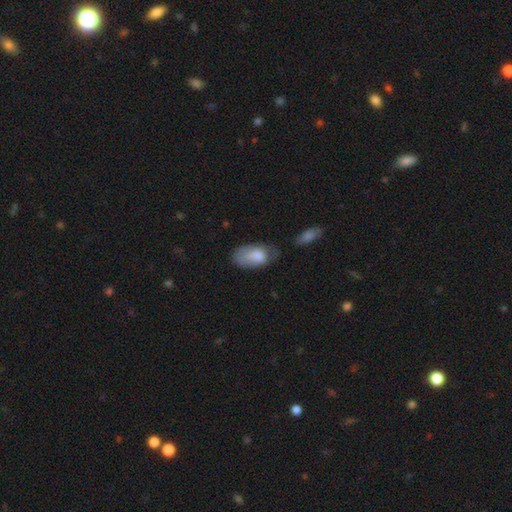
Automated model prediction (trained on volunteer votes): Smooth or featured? Predicted: smooth (p=0.76). How rounded? Predicted: in between (p=0.93). Merging? Predicted: none (p=0.40).